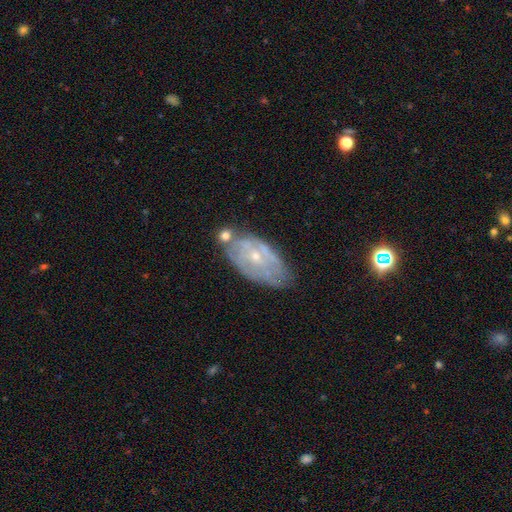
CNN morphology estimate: This is likely a featured or disk galaxy (70%). It is clearly not viewed edge-on (93%). Bar: likely no (72%). Spiral arm pattern: likely yes (64%). Central bulge: likely small (71%). Merging: possibly none (53%).